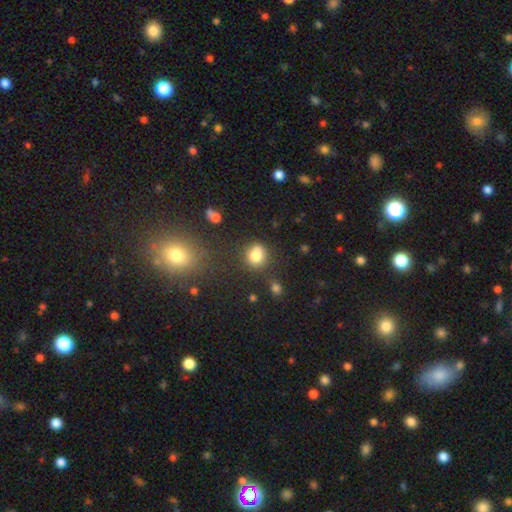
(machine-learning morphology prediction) type=smooth (79%); roundness=round (74%); merging=none (63%).